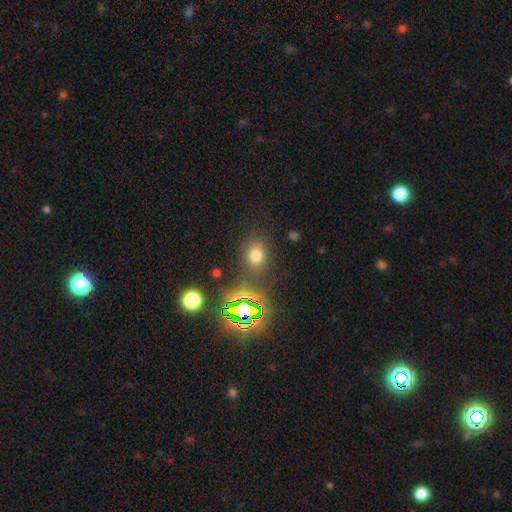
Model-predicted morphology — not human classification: Smooth or featured: smooth — 66% (star or artifact — 25%)
How rounded: in between — 54% (round — 45%)
Merging: none — 77% (minor disturbance — 13%)